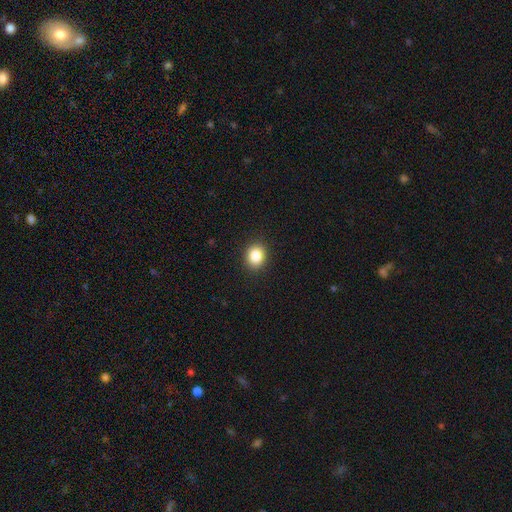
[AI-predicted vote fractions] Smooth or featured: smooth — 85% (star or artifact — 10%)
How rounded: round — 67% (in between — 32%)
Merging: none — 90% (minor disturbance — 7%)